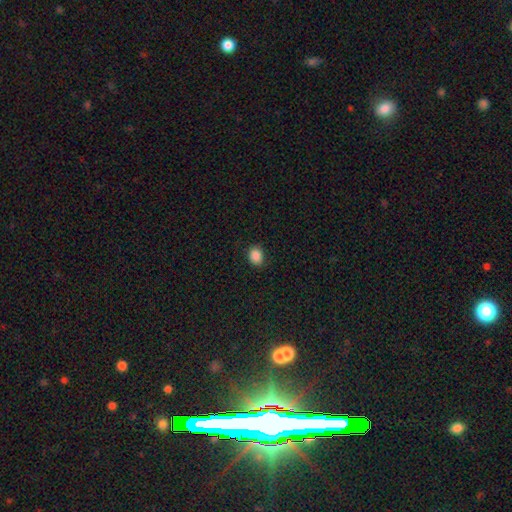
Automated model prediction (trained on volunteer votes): Q: Smooth or featured?
A: smooth (87%); runner-up: star or artifact (10%)
Q: How rounded?
A: round (51%); runner-up: in between (48%)
Q: Merging?
A: none (87%); runner-up: minor disturbance (10%)